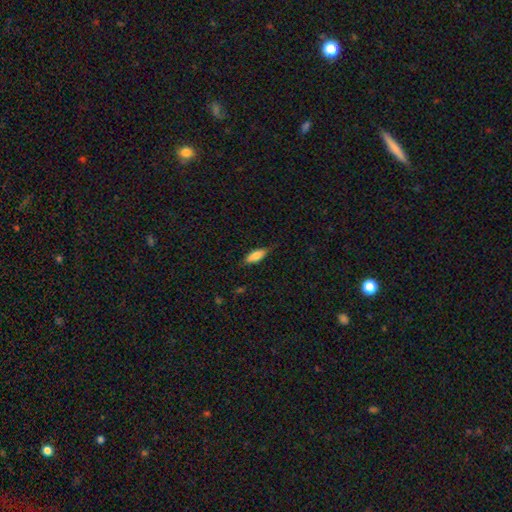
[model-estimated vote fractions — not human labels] smooth-or-featured: smooth: 77% | featured or disk: 16% | star or artifact: 7%
  how-rounded: in between: 70% | cigar-shaped: 28% | round: 2%
  merging: none: 74% | minor disturbance: 21% | major disturbance: 4% | merger: 1%